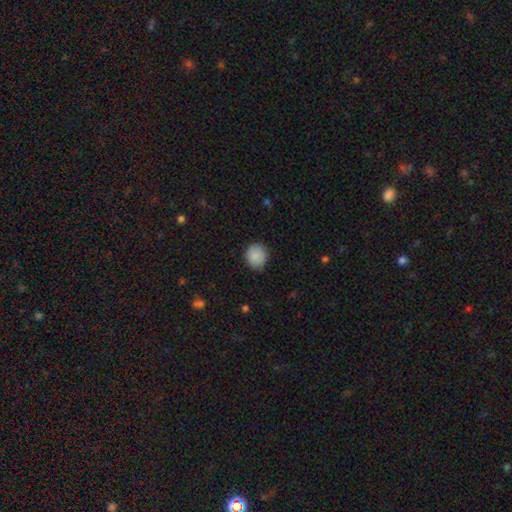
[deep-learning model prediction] Smooth or featured? smooth (89%)
How rounded? round (84%)
Merging? none (83%)